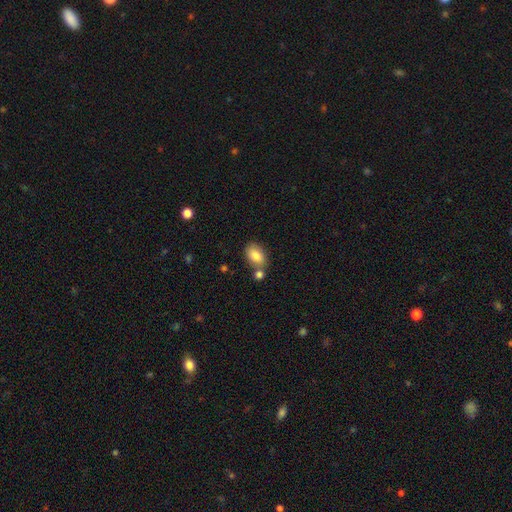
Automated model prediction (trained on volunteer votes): Smooth or featured? Predicted: smooth (p=0.83). How rounded? Predicted: in between (p=0.85). Merging? Predicted: none (p=0.64).